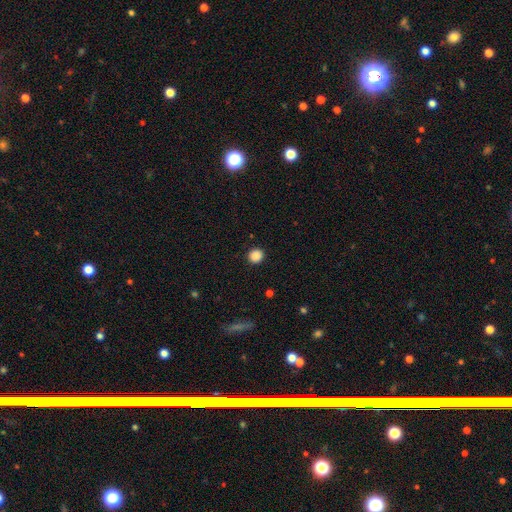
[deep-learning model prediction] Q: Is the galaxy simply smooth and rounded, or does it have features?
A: smooth — 88%.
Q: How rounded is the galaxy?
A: round — 91%.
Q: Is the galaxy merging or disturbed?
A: none — 92%.